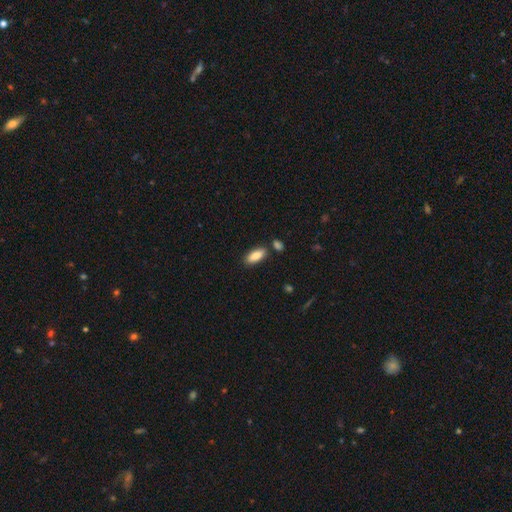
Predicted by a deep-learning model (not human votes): This is clearly a smooth galaxy (82%). How rounded: clearly in between (82%). Merging: clearly none (82%).